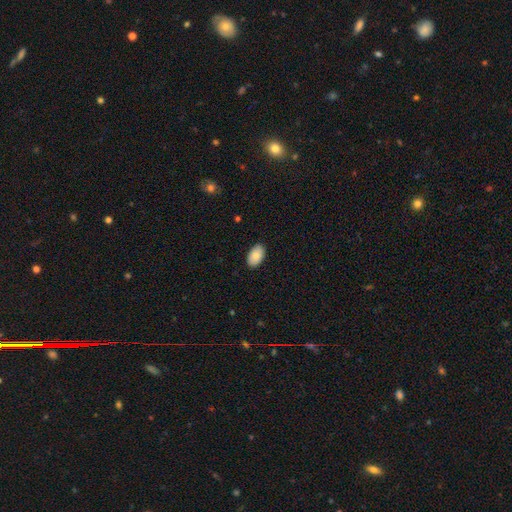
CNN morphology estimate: Q: Smooth or featured?
A: smooth (84%); runner-up: featured or disk (9%)
Q: How rounded?
A: in between (94%); runner-up: round (5%)
Q: Merging?
A: none (89%); runner-up: minor disturbance (8%)